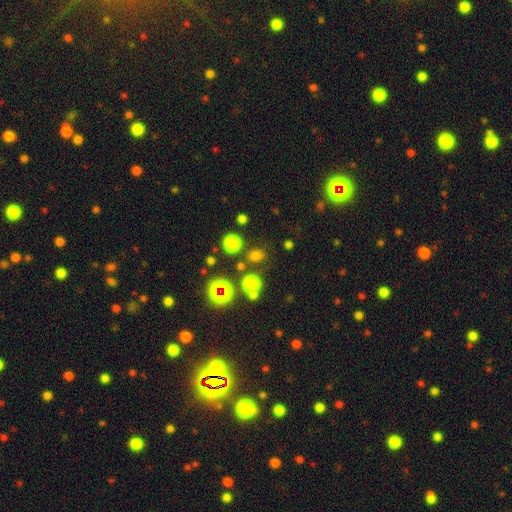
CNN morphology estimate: This appears to be a smooth galaxy with no disk features (65%) that is round (68%). Merging: none (76%).